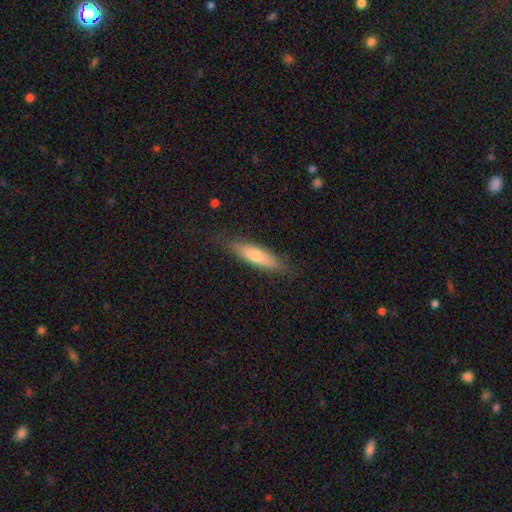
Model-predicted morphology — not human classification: A smooth galaxy with no disk features (64%) that is cigar-shaped (71%). Merging: none (83%).